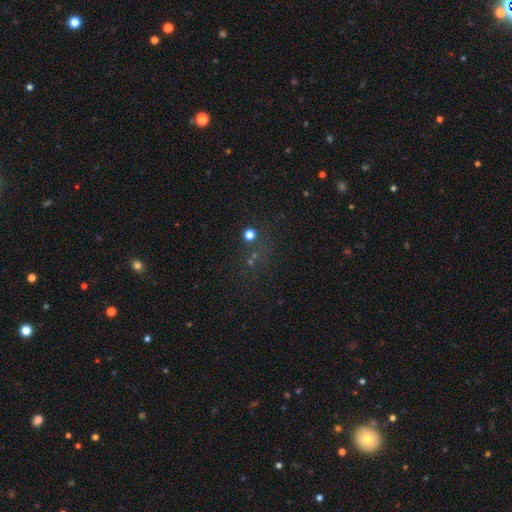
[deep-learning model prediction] Smooth or featured: star or artifact — 52% (smooth — 33%)